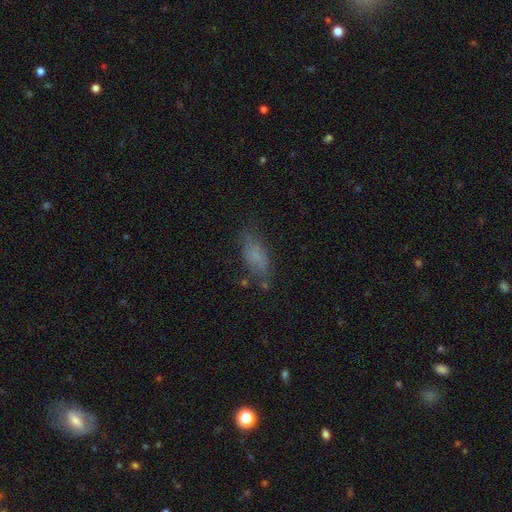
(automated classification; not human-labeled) A smooth galaxy with no disk features (71%) that is in between round and cigar-shaped (76%). Merging: none (64%).